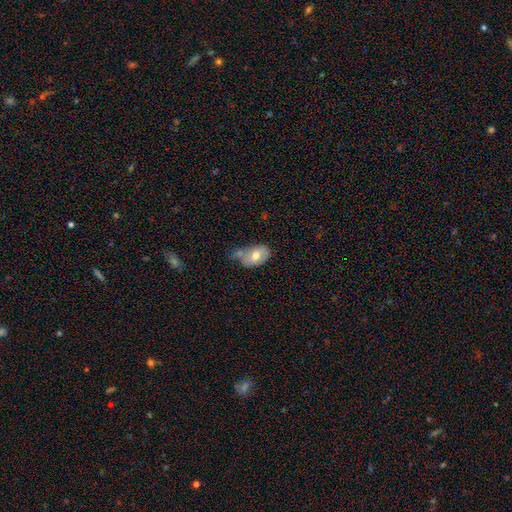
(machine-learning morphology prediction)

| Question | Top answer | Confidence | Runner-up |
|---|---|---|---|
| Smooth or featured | smooth | 70% | featured or disk (23%) |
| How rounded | in between | 89% | round (10%) |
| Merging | none | 36% | minor disturbance (27%) |